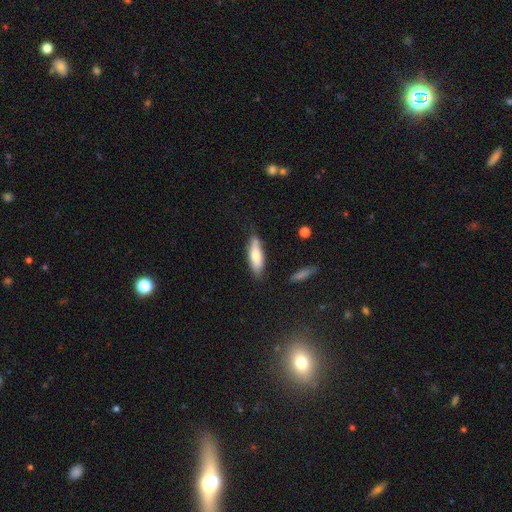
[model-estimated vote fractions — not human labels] Smooth or featured? Predicted: smooth (p=0.71). How rounded? Predicted: in between (p=0.53). Merging? Predicted: none (p=0.73).